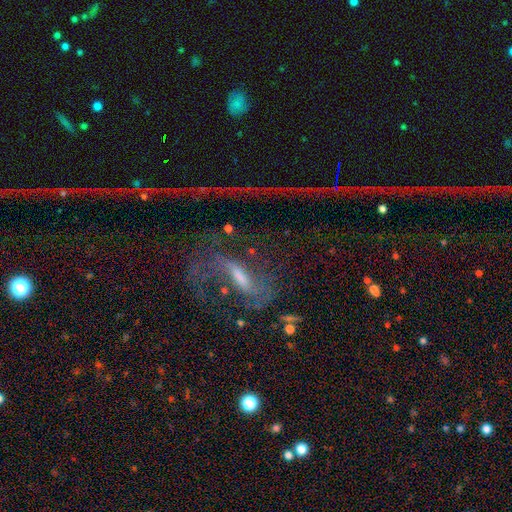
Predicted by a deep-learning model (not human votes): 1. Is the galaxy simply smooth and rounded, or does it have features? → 46% featured or disk, 39% star or artifact, 15% smooth.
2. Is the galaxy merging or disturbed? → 54% none, 24% major disturbance, 16% minor disturbance, 6% merger.